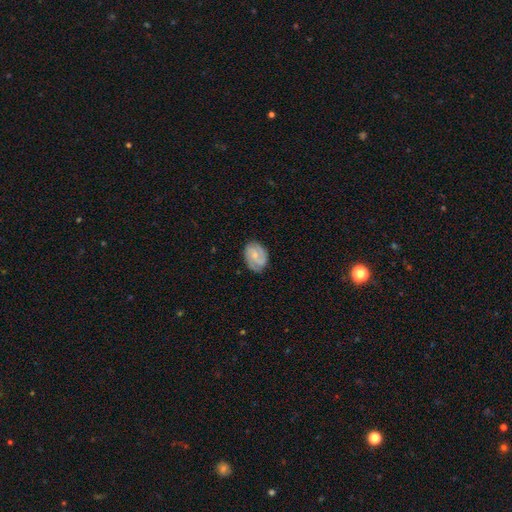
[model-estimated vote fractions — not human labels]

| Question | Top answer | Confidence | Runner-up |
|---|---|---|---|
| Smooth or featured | featured or disk | 69% | smooth (25%) |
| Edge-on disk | no | 97% | yes (3%) |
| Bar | no | 61% | weak (33%) |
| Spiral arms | yes | 94% | no (6%) |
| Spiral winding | tight | 48% | medium (41%) |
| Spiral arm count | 2 | 48% | 3 (24%) |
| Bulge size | small | 57% | moderate (30%) |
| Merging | none | 76% | minor disturbance (18%) |